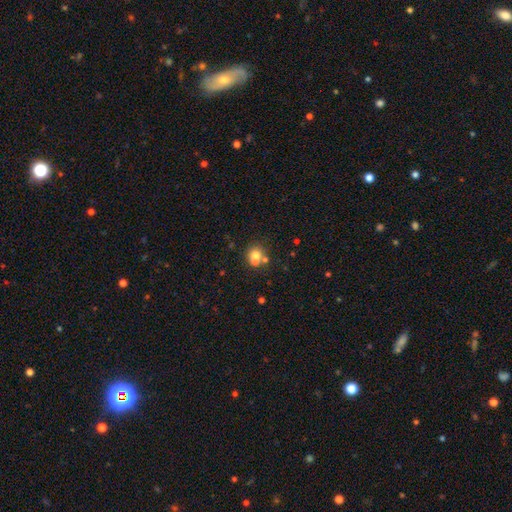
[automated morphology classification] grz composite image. It shows a smooth galaxy with no disk features (70%) that is round (81%). Merging: none (46%).